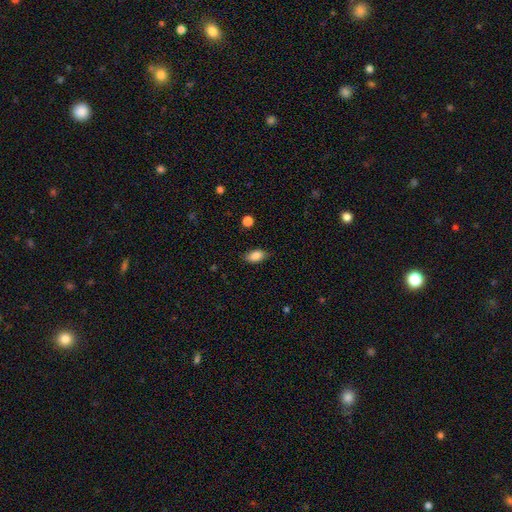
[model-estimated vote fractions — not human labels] A smooth galaxy with no disk features (86%) that is in between round and cigar-shaped (90%). Merging: none (82%).